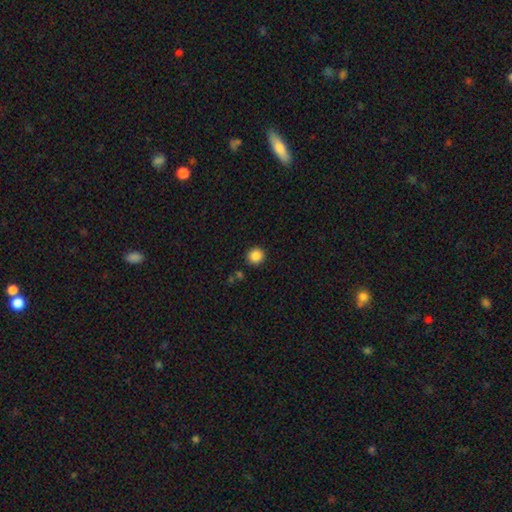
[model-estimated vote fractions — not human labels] The model was most divided on "smooth or featured": smooth: 87%, star or artifact: 10%, featured or disk: 3%. More confident: how rounded — round (92%); merging — none (90%).